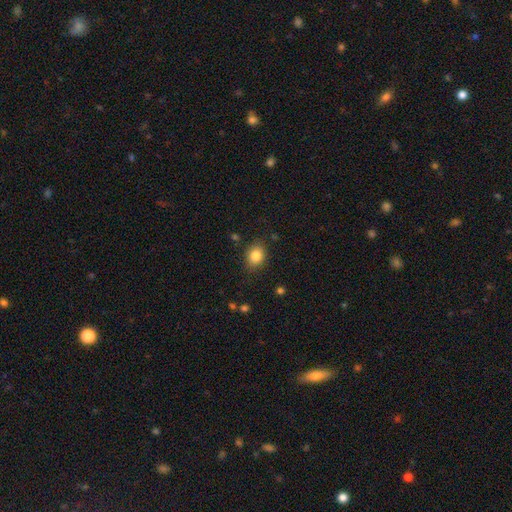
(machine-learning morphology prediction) Overall: smooth (84%). How rounded: in between (55%; round 44%). Merging: none (84%).